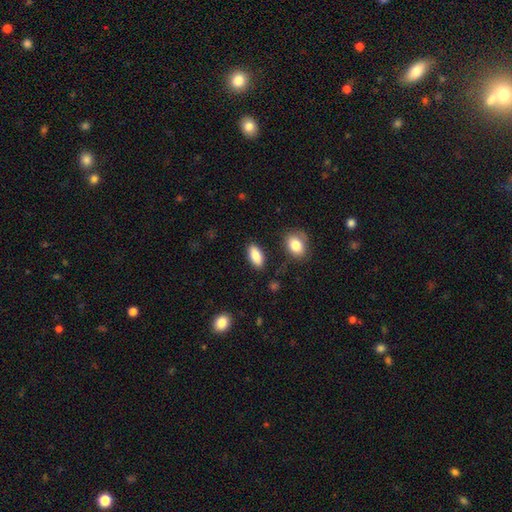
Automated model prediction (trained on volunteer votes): The model was most divided on "merging": none: 86%, minor disturbance: 9%, major disturbance: 2%, merger: 2%. More confident: how rounded — in between (88%); smooth or featured — smooth (86%).